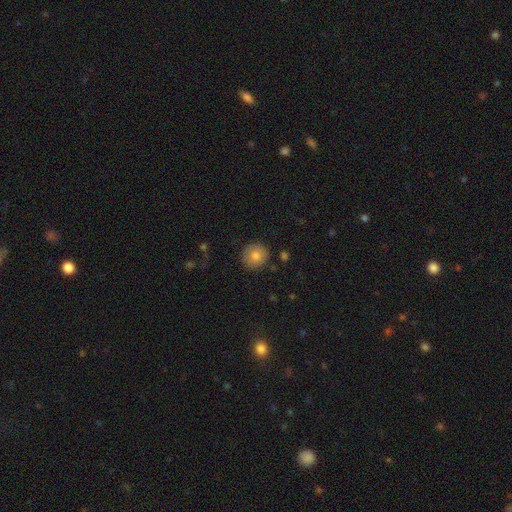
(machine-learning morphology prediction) smooth_or_featured: smooth (p=0.80) [alt: featured or disk p=0.11]
how_rounded: round (p=0.93) [alt: in between p=0.06]
merging: none (p=0.86) [alt: minor disturbance p=0.10]